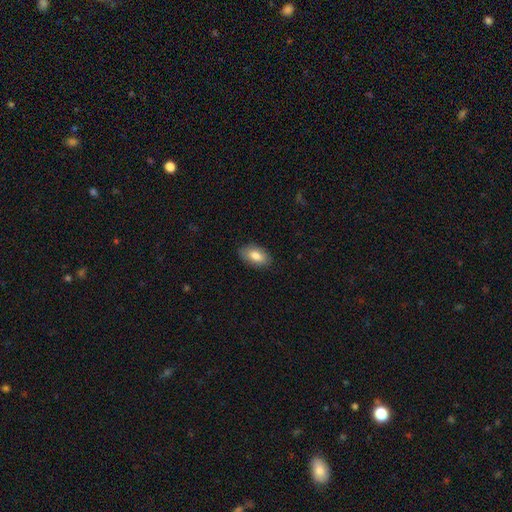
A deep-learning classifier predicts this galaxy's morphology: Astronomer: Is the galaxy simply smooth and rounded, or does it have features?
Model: smooth — 81%.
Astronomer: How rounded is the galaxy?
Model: in between — 93%.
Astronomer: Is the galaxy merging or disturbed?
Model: none — 86%.